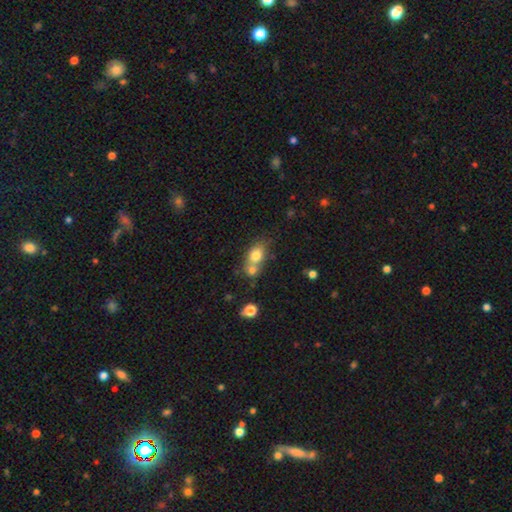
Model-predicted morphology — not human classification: A smooth galaxy with no disk features (76%) that is in between round and cigar-shaped (62%).

Vote fractions:
- Smooth or featured? smooth: 76% / featured or disk: 15% / star or artifact: 10%
- How rounded? in between: 62% / round: 35% / cigar-shaped: 3%
- Merging? merger: 54% / none: 33% / minor disturbance: 9% / major disturbance: 4%